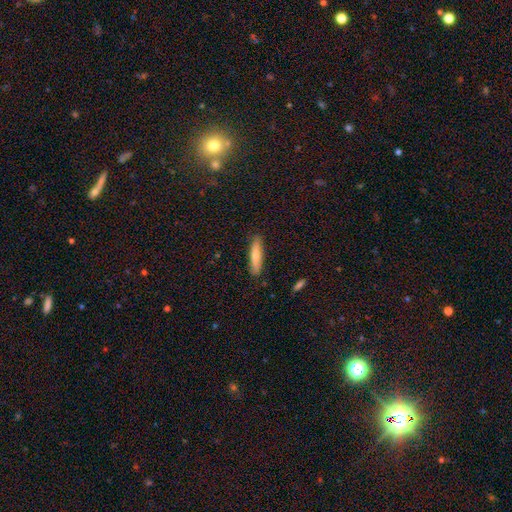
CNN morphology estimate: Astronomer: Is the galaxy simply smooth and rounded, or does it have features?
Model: smooth — 73%.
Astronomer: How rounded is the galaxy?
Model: cigar-shaped — 84%.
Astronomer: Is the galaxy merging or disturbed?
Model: none — 87%.